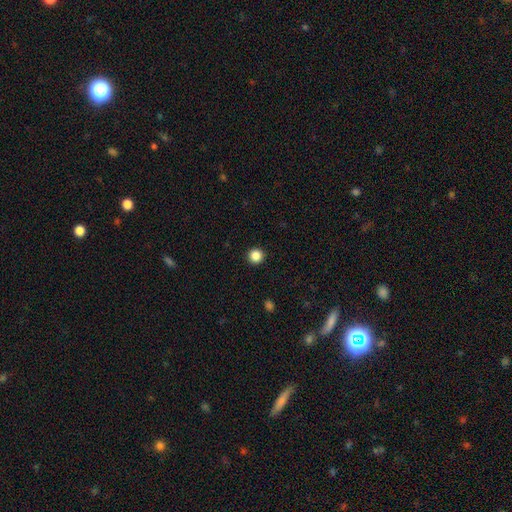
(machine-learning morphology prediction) Smooth or featured? Predicted: smooth (p=0.87). How rounded? Predicted: round (p=0.95). Merging? Predicted: none (p=0.93).